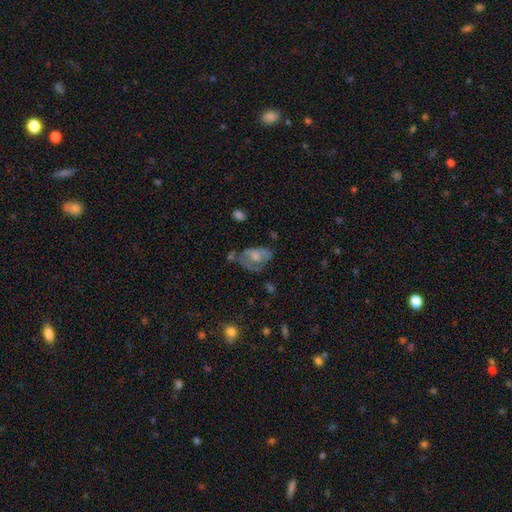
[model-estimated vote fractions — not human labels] Overall: featured or disk (46%; smooth 44%). Merging: major disturbance (33%; none 31%).